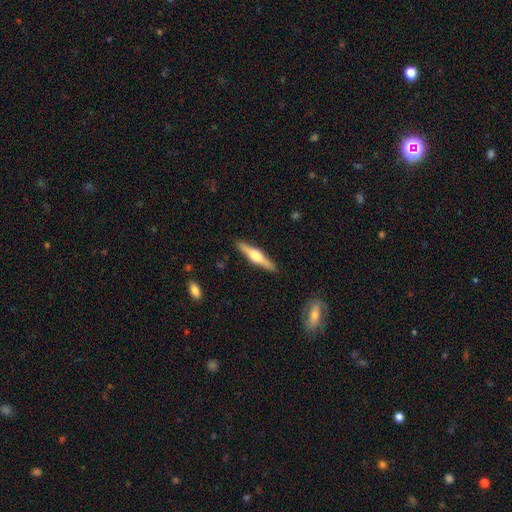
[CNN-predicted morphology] A featured or disk galaxy (65%) viewed edge-on (97%) with a rounded central bulge (94%).

Vote fractions:
- Smooth or featured? featured or disk: 65% / smooth: 29% / star or artifact: 5%
- Edge-on disk? yes: 97% / no: 3%
- Edge-on bulge? rounded: 94% / boxy: 4% / none: 2%
- Merging? none: 91% / minor disturbance: 7% / major disturbance: 1% / merger: 1%